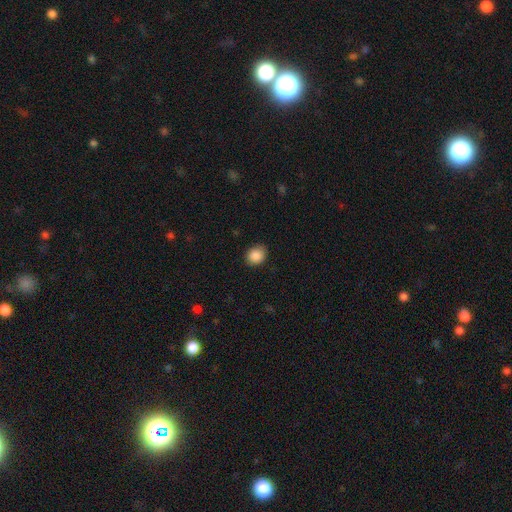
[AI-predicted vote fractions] This is clearly a smooth galaxy (88%). How rounded: likely round (61%). Merging: clearly none (85%).